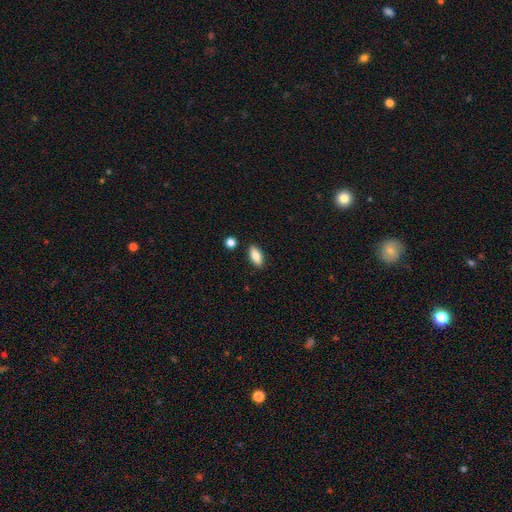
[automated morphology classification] This appears to be a smooth galaxy with no disk features (83%) that is in between round and cigar-shaped (86%). Merging: none (87%).